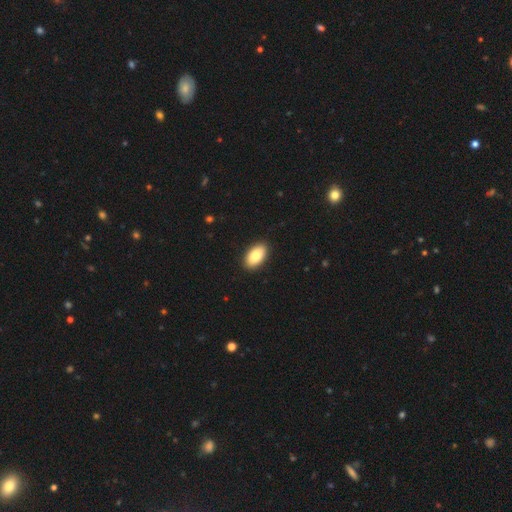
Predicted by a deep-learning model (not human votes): The model was most divided on "smooth or featured": smooth: 86%, featured or disk: 8%, star or artifact: 6%. More confident: how rounded — in between (94%); merging — none (91%).